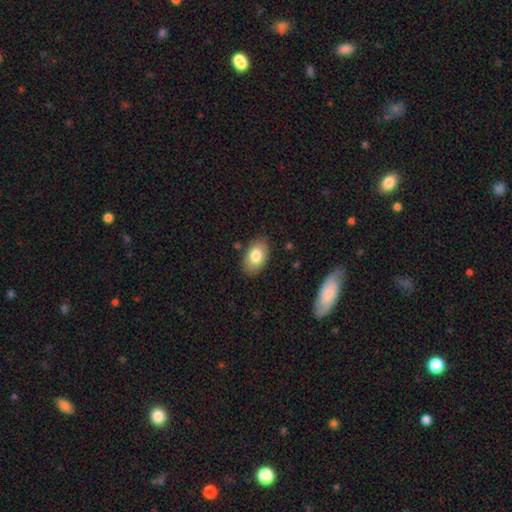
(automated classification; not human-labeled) A smooth galaxy with no disk features (79%) that is in between round and cigar-shaped (91%).

Vote fractions:
- Smooth or featured? smooth: 79% / featured or disk: 14% / star or artifact: 7%
- How rounded? in between: 91% / round: 8% / cigar-shaped: 1%
- Merging? none: 85% / minor disturbance: 11% / major disturbance: 3% / merger: 2%